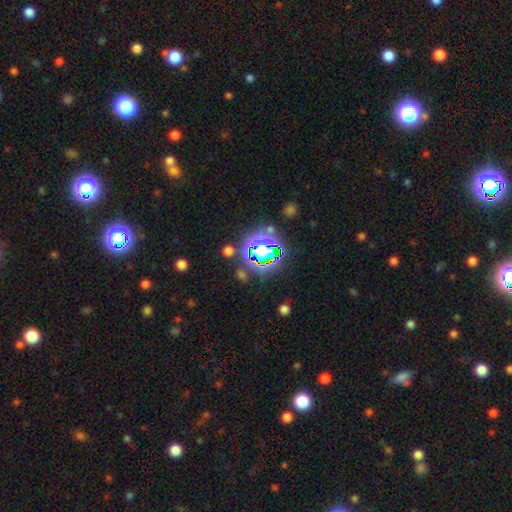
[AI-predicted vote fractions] Smooth or featured? star or artifact (77%)